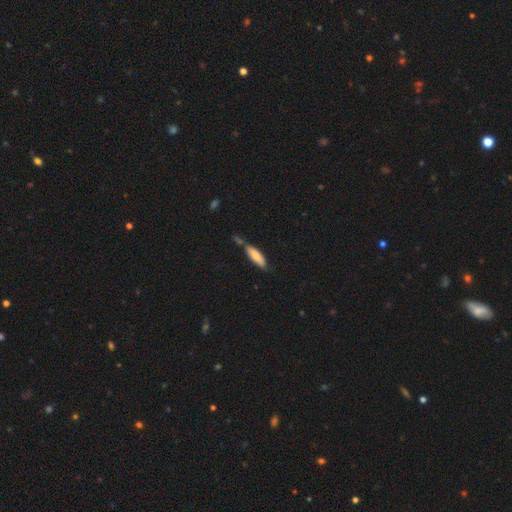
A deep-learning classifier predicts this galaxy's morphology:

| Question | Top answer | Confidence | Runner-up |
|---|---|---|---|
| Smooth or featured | smooth | 78% | featured or disk (16%) |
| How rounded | cigar-shaped | 54% | in between (45%) |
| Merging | none | 59% | minor disturbance (20%) |